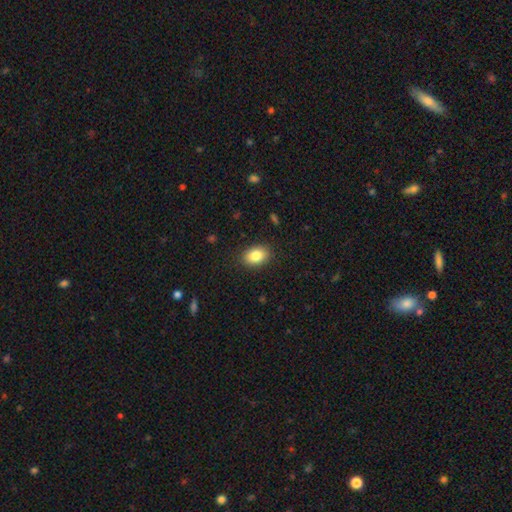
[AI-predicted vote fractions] This appears to be a smooth galaxy with no disk features (84%) that is in between round and cigar-shaped (78%). Merging: none (88%).